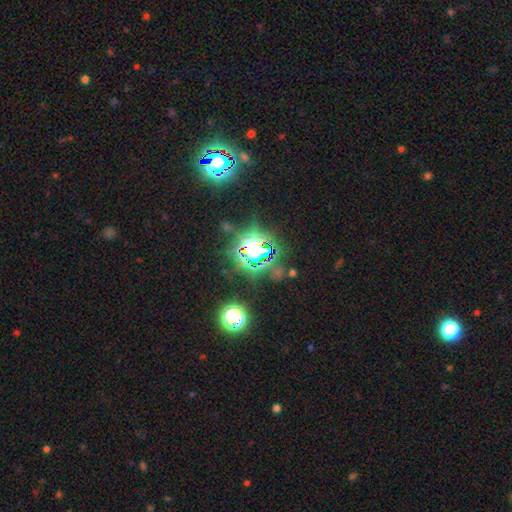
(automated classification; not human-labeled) This appears to be a star or artifact, not a galaxy (72%).